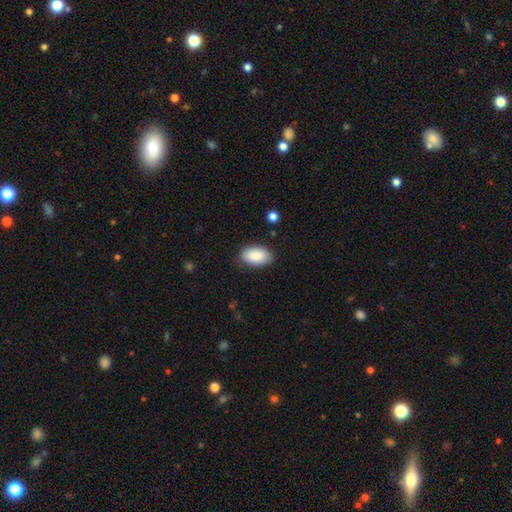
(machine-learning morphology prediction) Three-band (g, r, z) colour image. It shows a smooth galaxy with no disk features (89%) that is in between round and cigar-shaped (95%). Merging: none (83%).